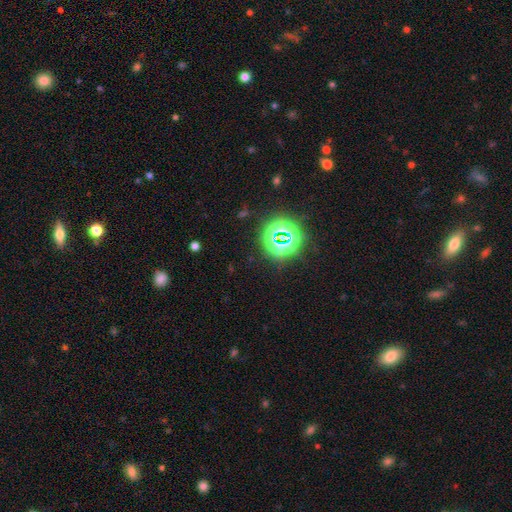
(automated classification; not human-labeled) Smooth or featured? Predicted: star or artifact (p=0.75).